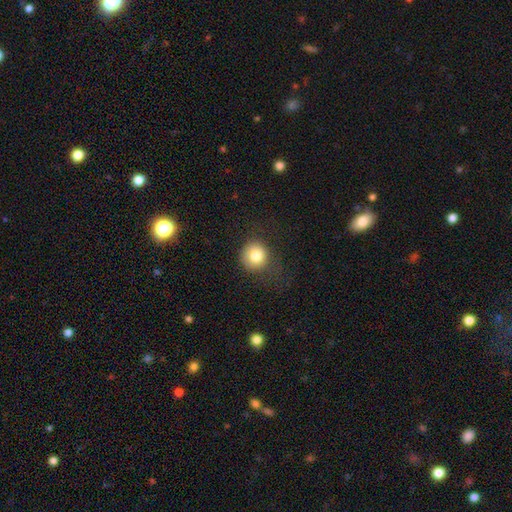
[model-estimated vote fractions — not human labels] The model was most divided on "merging": none: 71%, minor disturbance: 18%, major disturbance: 10%, merger: 1%. More confident: how rounded — round (90%); smooth or featured — smooth (80%).